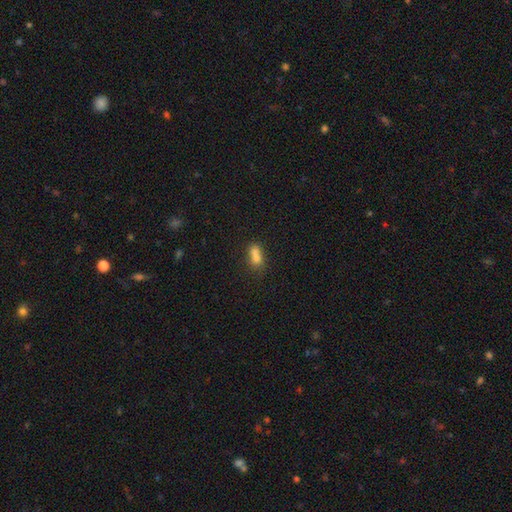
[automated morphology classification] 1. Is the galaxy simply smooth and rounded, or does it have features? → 70% smooth, 18% featured or disk, 12% star or artifact.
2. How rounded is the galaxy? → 53% in between, 44% round, 4% cigar-shaped.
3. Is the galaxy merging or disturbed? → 66% merger, 22% none, 8% minor disturbance, 4% major disturbance.